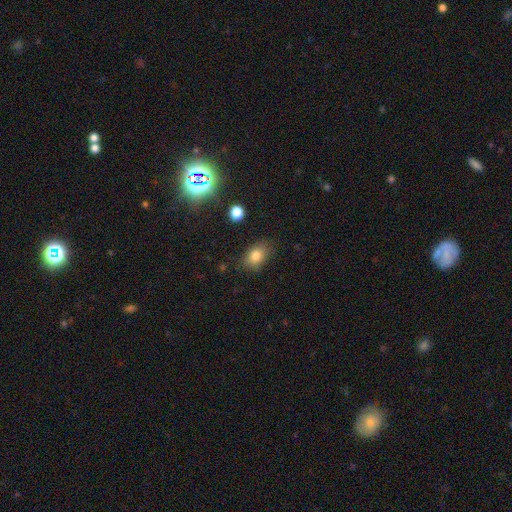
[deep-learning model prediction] A smooth galaxy with no disk features (80%) that is in between round and cigar-shaped (81%).

Vote fractions:
- Smooth or featured? smooth: 80% / star or artifact: 10% / featured or disk: 9%
- How rounded? in between: 81% / round: 17% / cigar-shaped: 2%
- Merging? none: 79% / minor disturbance: 16% / major disturbance: 4% / merger: 2%